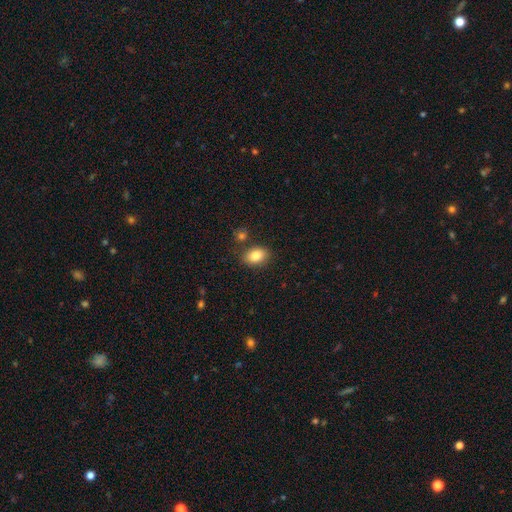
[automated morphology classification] Overall: smooth (83%). How rounded: in between (80%). Merging: none (80%).